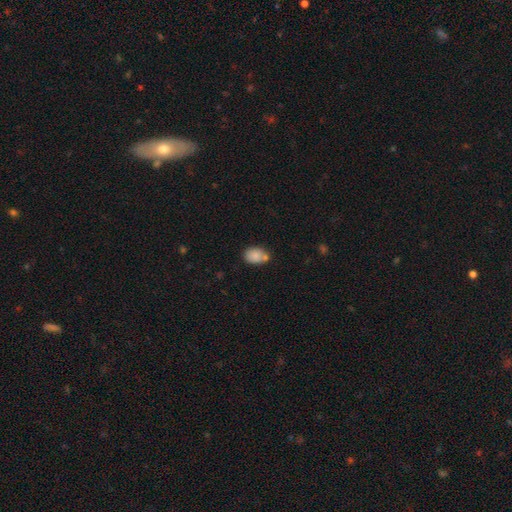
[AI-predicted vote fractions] Smooth or featured? Predicted: smooth (p=0.82). How rounded? Predicted: in between (p=0.74). Merging? Predicted: none (p=0.54).